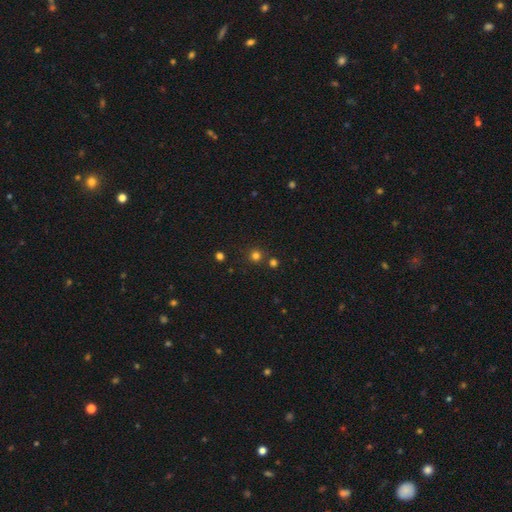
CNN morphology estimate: Smooth or featured: smooth — 75% (star or artifact — 20%)
How rounded: round — 94% (in between — 5%)
Merging: none — 81% (merger — 10%)